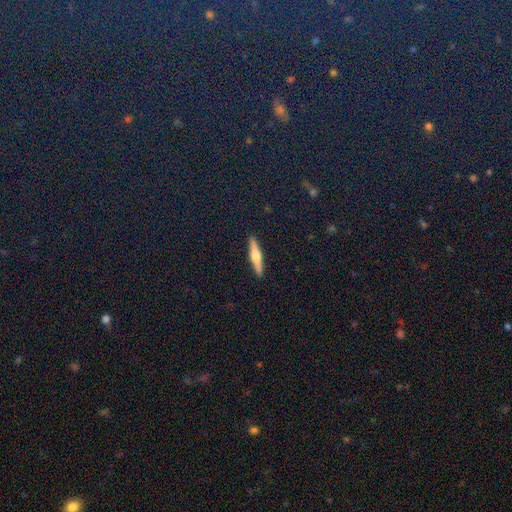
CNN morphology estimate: The model was most divided on "smooth or featured": featured or disk: 57%, smooth: 37%, star or artifact: 6%. More confident: edge-on disk — yes (97%); merging — none (92%); edge-on bulge — rounded (85%).